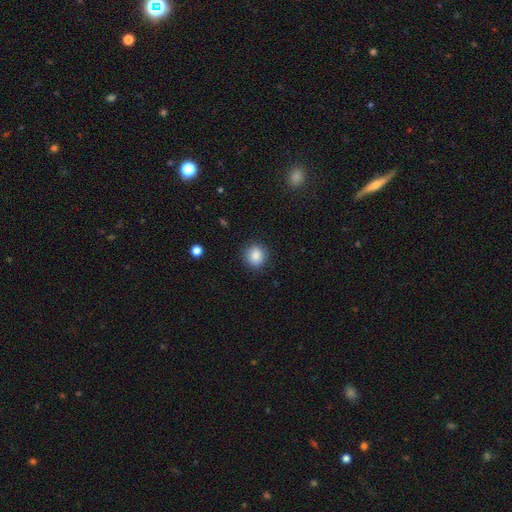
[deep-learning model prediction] Smooth or featured: smooth — 86% (star or artifact — 9%)
How rounded: round — 86% (in between — 13%)
Merging: none — 88% (minor disturbance — 8%)